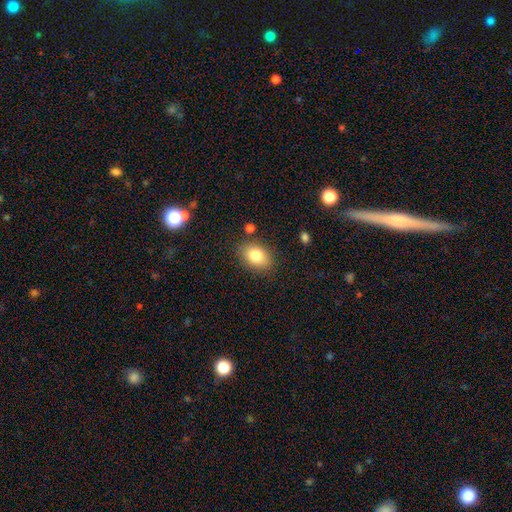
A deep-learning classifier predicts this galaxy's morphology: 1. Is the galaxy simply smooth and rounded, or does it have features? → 81% smooth, 10% featured or disk, 9% star or artifact.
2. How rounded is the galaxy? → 77% in between, 22% round, 1% cigar-shaped.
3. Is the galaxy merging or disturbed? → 83% none, 11% minor disturbance, 3% major disturbance, 3% merger.